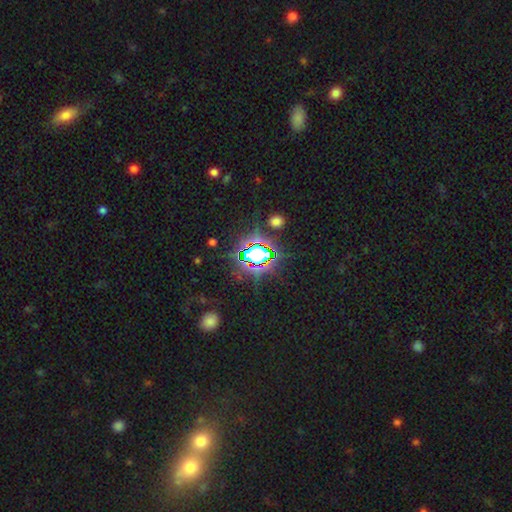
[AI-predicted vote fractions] Smooth or featured?
  - star or artifact: 76% *
  - smooth: 14%
  - featured or disk: 10%